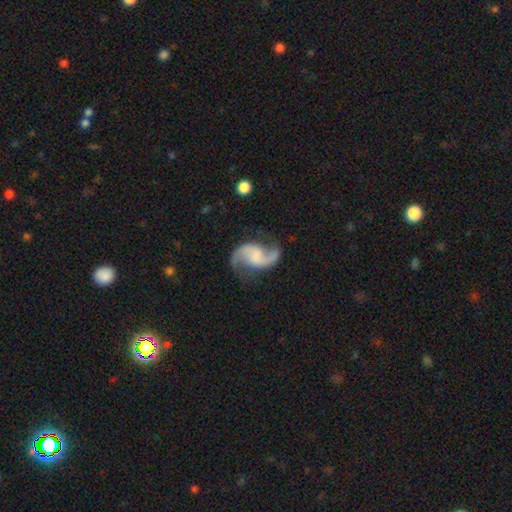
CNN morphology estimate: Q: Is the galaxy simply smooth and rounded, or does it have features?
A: featured or disk — 90%.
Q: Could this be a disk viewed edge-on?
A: no — 98%.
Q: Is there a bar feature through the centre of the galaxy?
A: no — 48%.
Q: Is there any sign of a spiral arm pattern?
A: yes — 98%.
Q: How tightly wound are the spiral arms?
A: loose — 62%.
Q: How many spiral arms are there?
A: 2 — 94%.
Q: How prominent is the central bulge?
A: none — 52%.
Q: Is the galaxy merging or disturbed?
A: none — 77%.